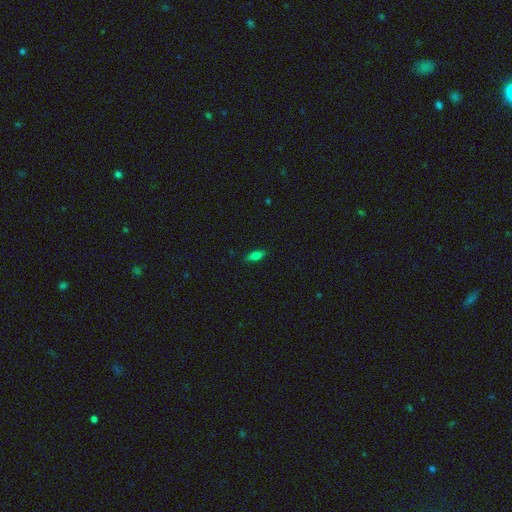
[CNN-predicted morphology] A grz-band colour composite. It shows a smooth galaxy with no disk features (74%) that is in between round and cigar-shaped (74%). Merging: none (86%).